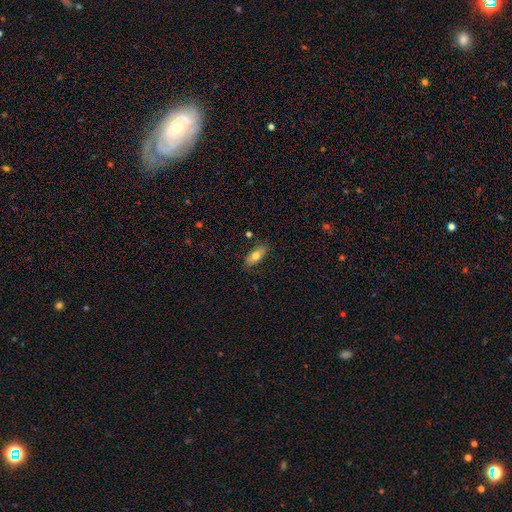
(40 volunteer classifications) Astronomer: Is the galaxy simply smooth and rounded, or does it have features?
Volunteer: smooth — 85%.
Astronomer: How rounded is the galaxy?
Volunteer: in between — 88%.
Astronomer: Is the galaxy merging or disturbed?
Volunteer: none — 74%.